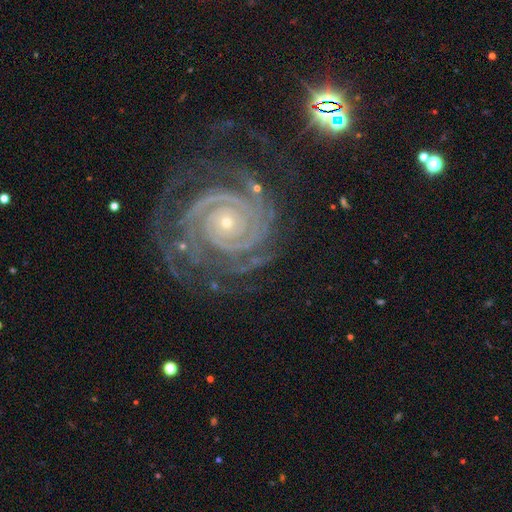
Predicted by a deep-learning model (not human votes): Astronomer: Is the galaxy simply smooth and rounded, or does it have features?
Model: featured or disk — 89%.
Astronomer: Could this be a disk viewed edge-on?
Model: no — 98%.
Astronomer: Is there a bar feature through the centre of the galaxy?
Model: no — 74%.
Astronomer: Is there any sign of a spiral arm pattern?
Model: yes — 98%.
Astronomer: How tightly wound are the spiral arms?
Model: tight — 82%.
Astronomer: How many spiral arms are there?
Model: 2 — 33% (runner-up: 3, 19%).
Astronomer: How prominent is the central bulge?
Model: small — 76%.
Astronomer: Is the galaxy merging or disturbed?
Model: none — 73%.